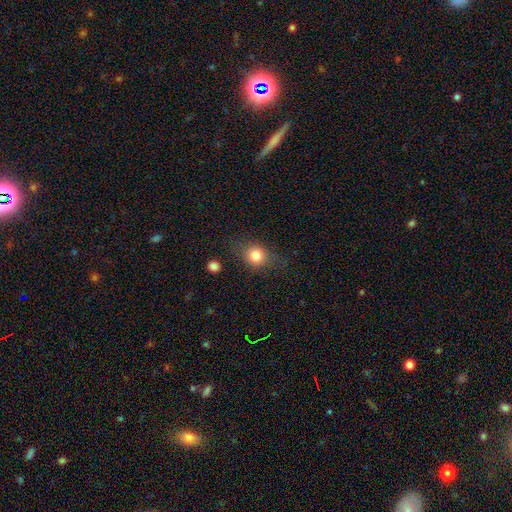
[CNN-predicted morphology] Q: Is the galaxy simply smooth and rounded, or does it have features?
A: smooth — 79%.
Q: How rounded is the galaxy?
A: round — 70%.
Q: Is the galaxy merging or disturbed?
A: none — 73%.